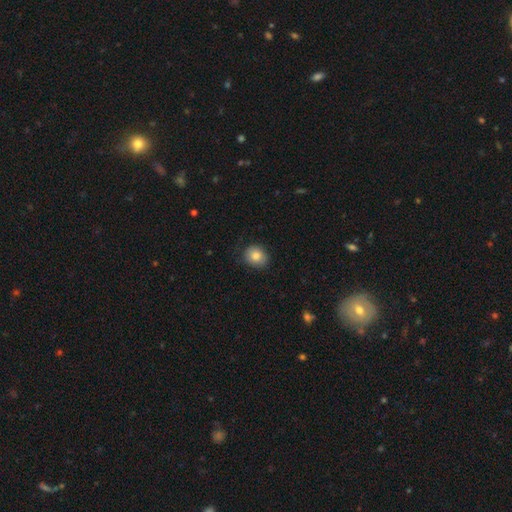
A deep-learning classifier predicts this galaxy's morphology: type=smooth (83%); roundness=round (69%); merging=none (84%).